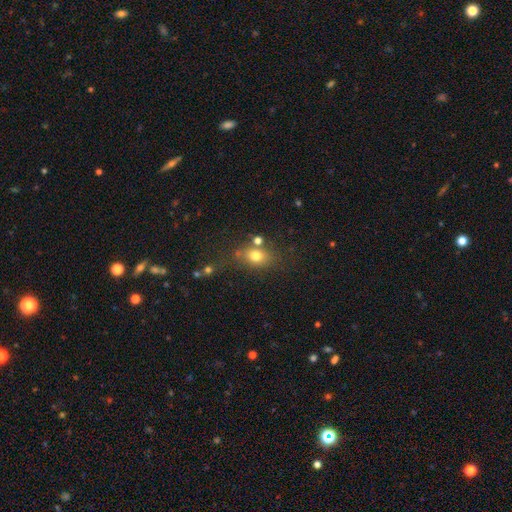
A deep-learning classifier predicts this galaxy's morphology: Smooth or featured? smooth (75%)
How rounded? in between (57%)
Merging? none (64%)